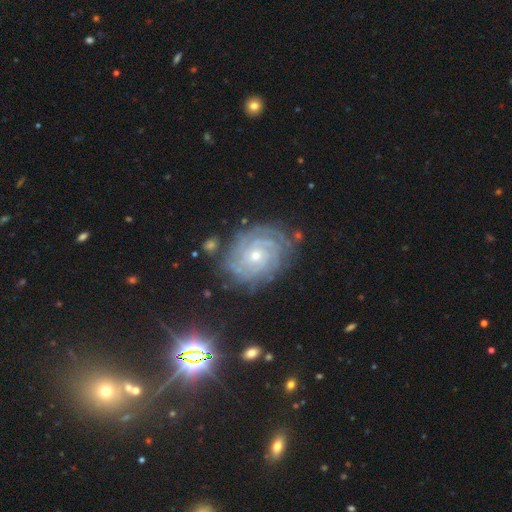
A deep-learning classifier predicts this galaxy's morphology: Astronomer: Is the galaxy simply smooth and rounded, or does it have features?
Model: featured or disk — 87%.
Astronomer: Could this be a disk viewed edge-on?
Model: no — 97%.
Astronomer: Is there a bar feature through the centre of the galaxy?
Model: no — 76%.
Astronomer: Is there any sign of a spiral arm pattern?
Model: yes — 97%.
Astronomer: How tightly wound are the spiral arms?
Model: tight — 83%.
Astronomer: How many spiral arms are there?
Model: can't tell — 34% (runner-up: 4, 18%).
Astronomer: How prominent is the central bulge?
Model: small — 58% (runner-up: moderate, 38%).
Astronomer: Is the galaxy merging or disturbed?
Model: none — 76%.